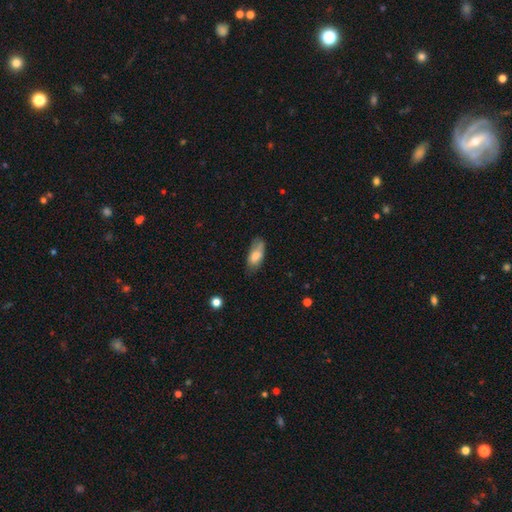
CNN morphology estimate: smooth-or-featured: smooth: 72% | featured or disk: 21% | star or artifact: 7%
  how-rounded: in between: 87% | cigar-shaped: 10% | round: 3%
  merging: none: 59% | minor disturbance: 30% | major disturbance: 9% | merger: 2%